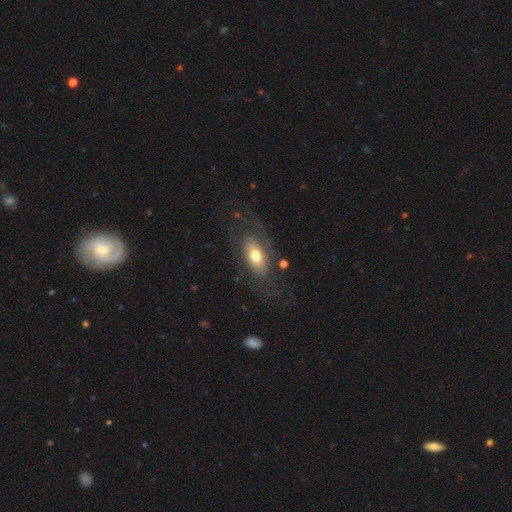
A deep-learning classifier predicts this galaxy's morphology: Smooth or featured? featured or disk (53%)
Edge-on disk? no (86%)
Merging? none (59%)